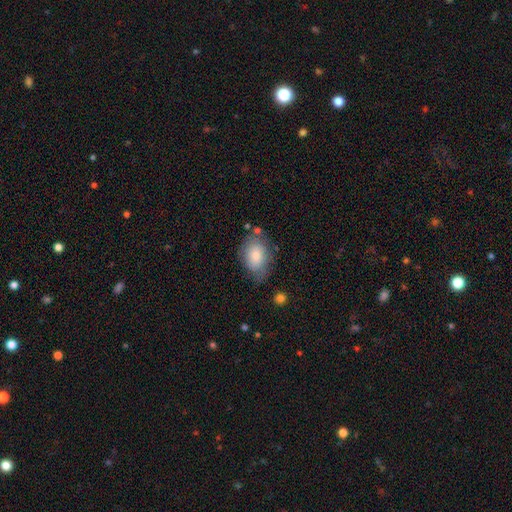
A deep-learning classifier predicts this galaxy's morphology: Smooth or featured?
  - smooth: 77% *
  - featured or disk: 16%
  - star or artifact: 7%
How rounded?
  - in between: 79% *
  - round: 19%
  - cigar-shaped: 1%
Merging?
  - none: 59% *
  - minor disturbance: 28%
  - major disturbance: 9%
  - merger: 5%